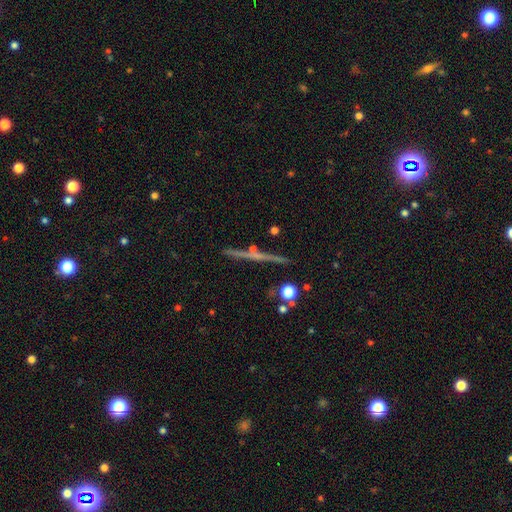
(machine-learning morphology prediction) A featured or disk galaxy (58%) viewed edge-on (93%) with no central bulge (48%). Merging: none (84%).